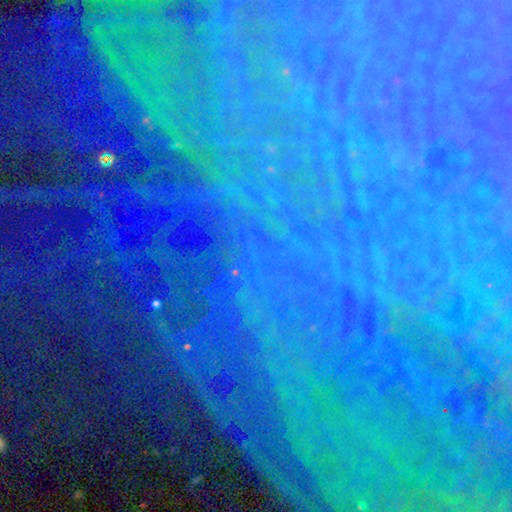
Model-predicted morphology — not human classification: The model was most divided on "smooth or featured": star or artifact: 84%, featured or disk: 8%, smooth: 7%.